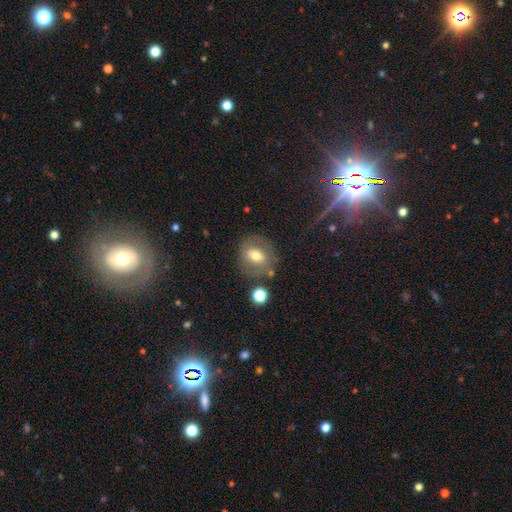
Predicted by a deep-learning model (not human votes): A smooth galaxy with no disk features (58%) that is round (67%). Merging: none (73%).